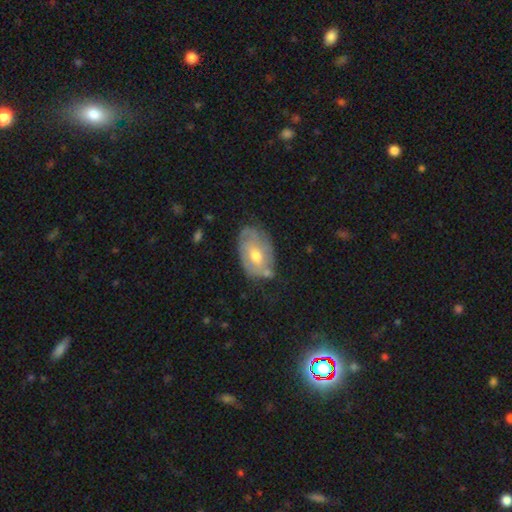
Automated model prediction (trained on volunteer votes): Smooth or featured?
  - featured or disk: 57% *
  - smooth: 36%
  - star or artifact: 7%
Edge-on disk?
  - no: 93% *
  - yes: 7%
Bar?
  - no: 65% *
  - weak: 29%
  - strong: 5%
Spiral arms?
  - yes: 65% *
  - no: 35%
Bulge size?
  - moderate: 72% *
  - small: 21%
  - large: 5%
  - none: 1%
  - dominant: 1%
Merging?
  - none: 57% *
  - minor disturbance: 29%
  - major disturbance: 9%
  - merger: 5%